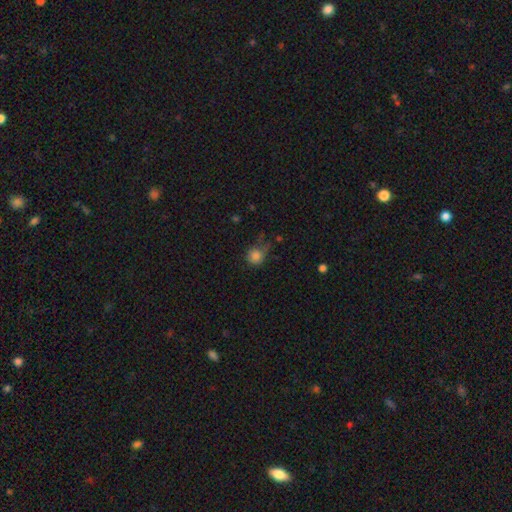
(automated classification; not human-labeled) The model was most divided on "merging": none: 50%, minor disturbance: 31%, major disturbance: 15%, merger: 5%. More confident: how rounded — round (84%); smooth or featured — smooth (83%).